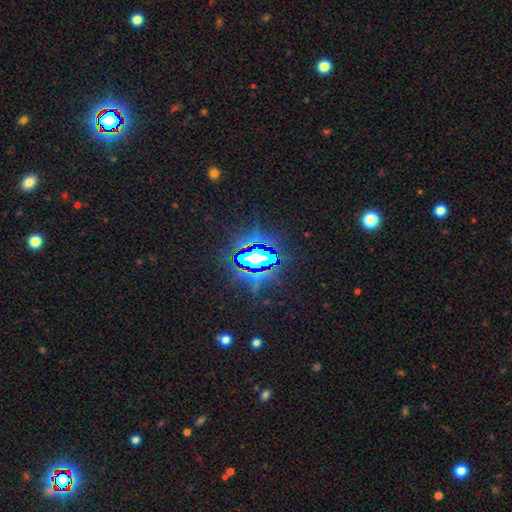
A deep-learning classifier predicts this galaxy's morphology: smooth-or-featured: star or artifact: 83% | smooth: 10% | featured or disk: 7%